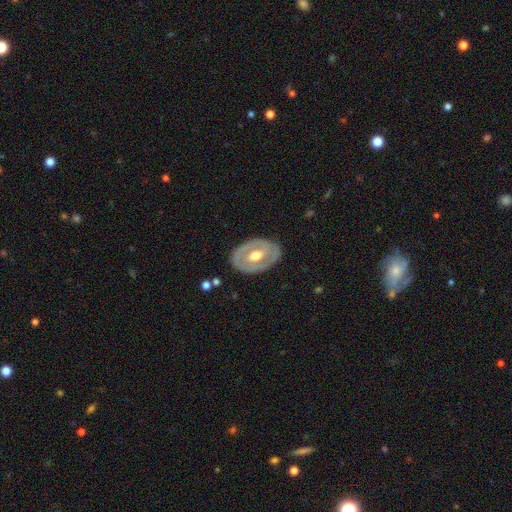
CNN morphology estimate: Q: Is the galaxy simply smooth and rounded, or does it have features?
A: featured or disk — 64%.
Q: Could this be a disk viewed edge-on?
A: no — 91%.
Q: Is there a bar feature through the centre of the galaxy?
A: no — 57%.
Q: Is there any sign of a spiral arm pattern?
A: no — 78%.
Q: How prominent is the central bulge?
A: moderate — 72%.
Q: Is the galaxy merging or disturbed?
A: none — 82%.